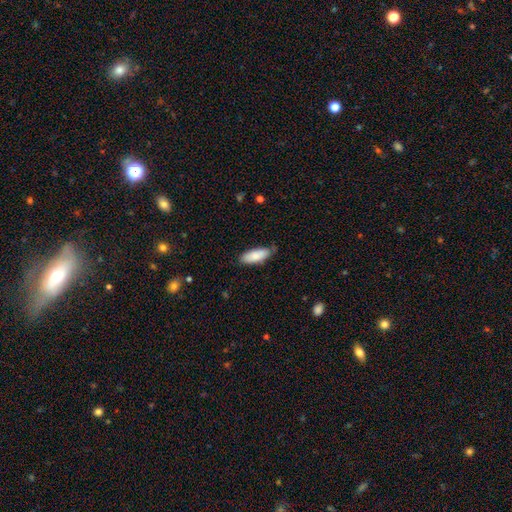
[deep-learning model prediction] Morphology: type=smooth (84%); roundness=in between (71%); merging=none (73%).